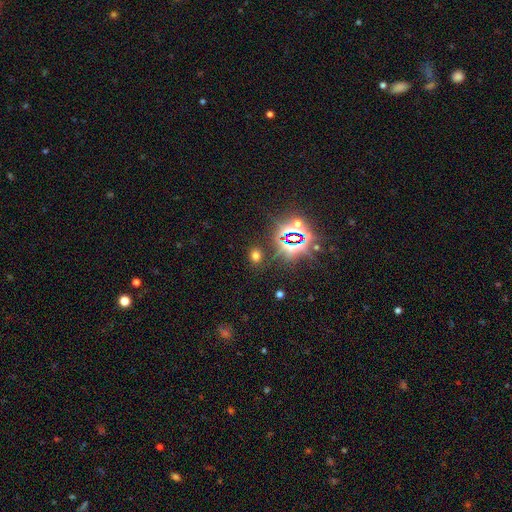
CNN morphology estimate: Smooth or featured? Predicted: smooth (p=0.54). How rounded? Predicted: round (p=0.52). Merging? Predicted: none (p=0.85).